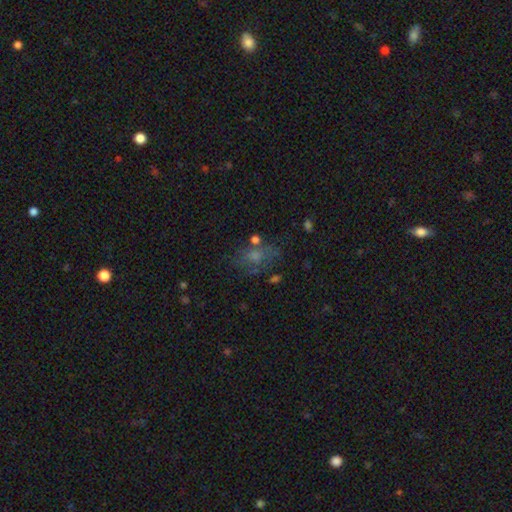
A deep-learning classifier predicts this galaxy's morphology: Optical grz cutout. It shows a smooth galaxy with no disk features (47%). Merging: none (52%).